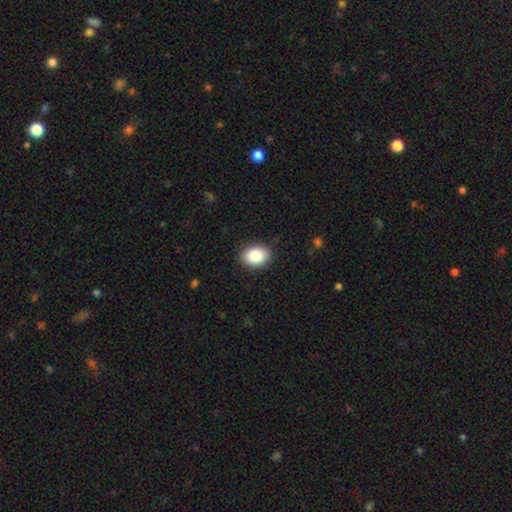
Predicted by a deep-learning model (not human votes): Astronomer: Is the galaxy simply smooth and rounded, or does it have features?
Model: smooth — 85%.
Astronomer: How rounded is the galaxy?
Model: in between — 71%.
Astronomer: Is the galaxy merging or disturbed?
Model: none — 89%.